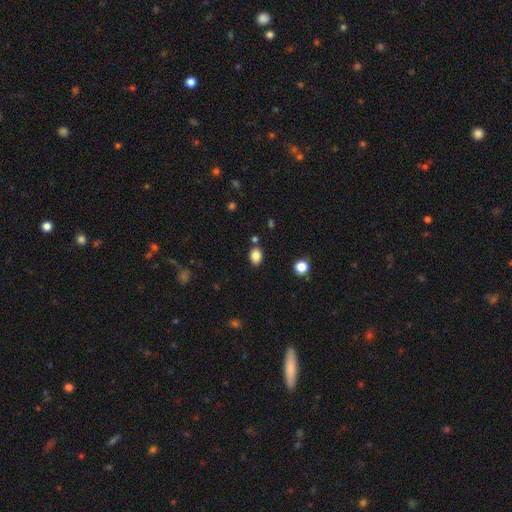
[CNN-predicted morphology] This is clearly a smooth galaxy (85%). How rounded: likely in between (69%). Merging: clearly none (81%).